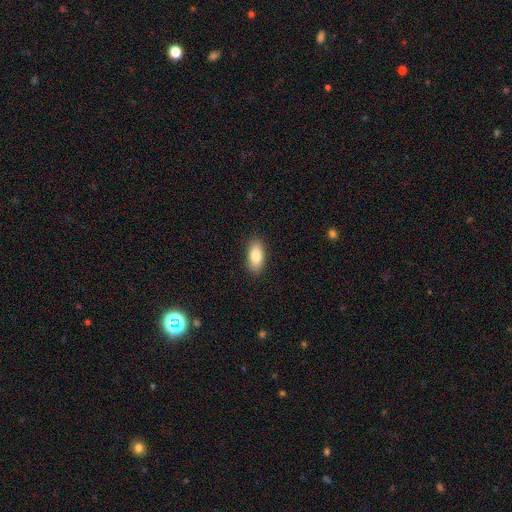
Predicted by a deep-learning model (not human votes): smooth_or_featured: smooth (p=0.83) [alt: featured or disk p=0.10]
how_rounded: in between (p=0.89) [alt: cigar-shaped p=0.08]
merging: none (p=0.88) [alt: minor disturbance p=0.09]